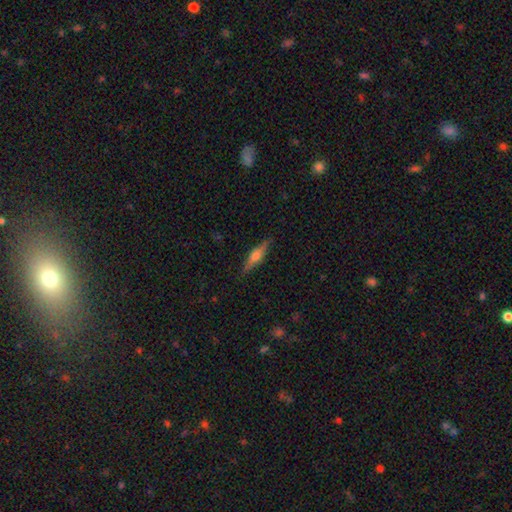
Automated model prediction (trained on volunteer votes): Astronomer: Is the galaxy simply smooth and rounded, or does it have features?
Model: featured or disk — 66%.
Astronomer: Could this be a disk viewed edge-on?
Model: yes — 96%.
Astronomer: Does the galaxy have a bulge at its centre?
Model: rounded — 88%.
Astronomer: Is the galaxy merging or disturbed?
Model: none — 88%.